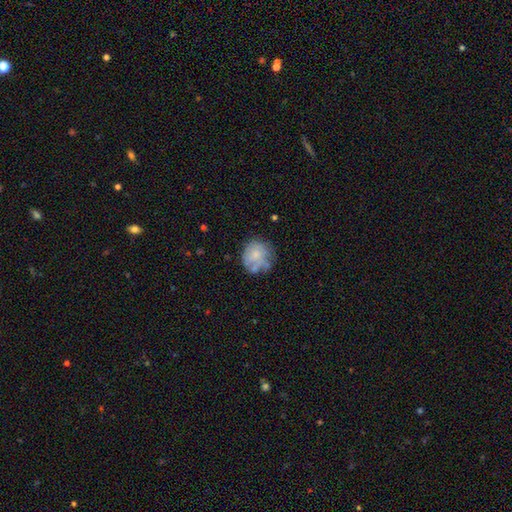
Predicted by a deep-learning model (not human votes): smooth 56%, featured or disk 35%, star or artifact 9%. Down the decision tree: how rounded — round (83%); merging — none (53%).